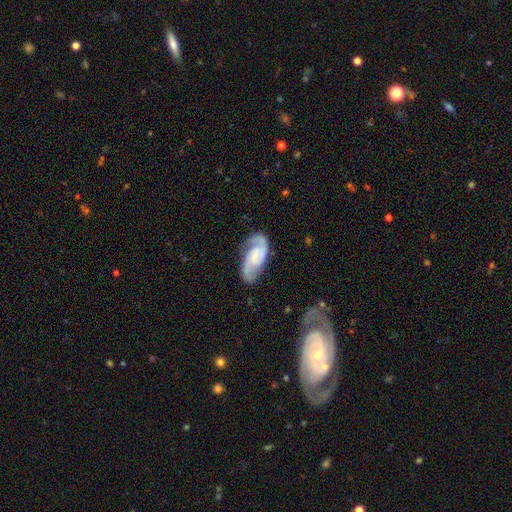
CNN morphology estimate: A featured or disk galaxy (84%) with no bar (51%), 2 (89%) medium (50%) spiral arms (97%) and a small central bulge (48%).

Vote fractions:
- Smooth or featured? featured or disk: 84% / smooth: 11% / star or artifact: 5%
- Edge-on disk? no: 96% / yes: 4%
- Bar? no: 51% / weak: 38% / strong: 11%
- Spiral arms? yes: 97% / no: 3%
- Spiral winding? medium: 50% / tight: 34% / loose: 16%
- Spiral arm count? 2: 89% / can't tell: 5% / 3: 2% / 1: 2% / 4: 1% / more than 4: 1%
- Bulge size? small: 48% / none: 27% / moderate: 20% / large: 4% / dominant: 1%
- Merging? none: 72% / minor disturbance: 19% / major disturbance: 8% / merger: 2%